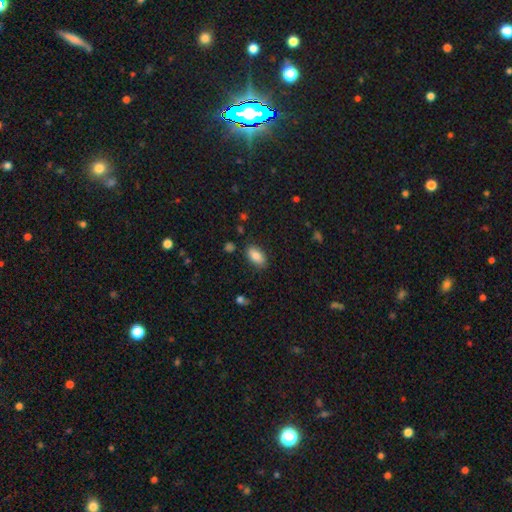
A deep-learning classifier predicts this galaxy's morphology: Smooth or featured: smooth — 85% (featured or disk — 8%)
How rounded: in between — 91% (cigar-shaped — 4%)
Merging: none — 83% (minor disturbance — 13%)